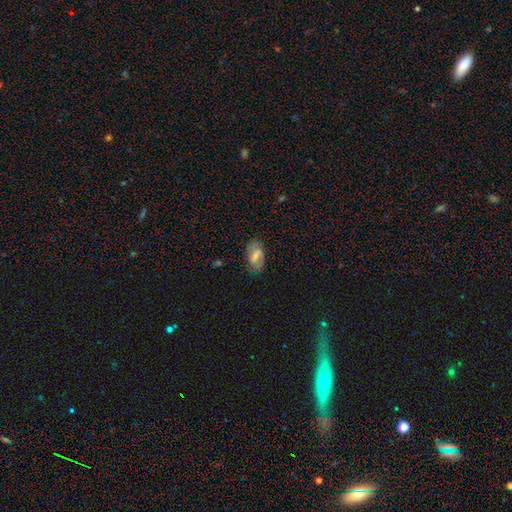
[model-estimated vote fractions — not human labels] Smooth or featured: smooth — 49% (featured or disk — 42%)
Merging: none — 73% (minor disturbance — 19%)